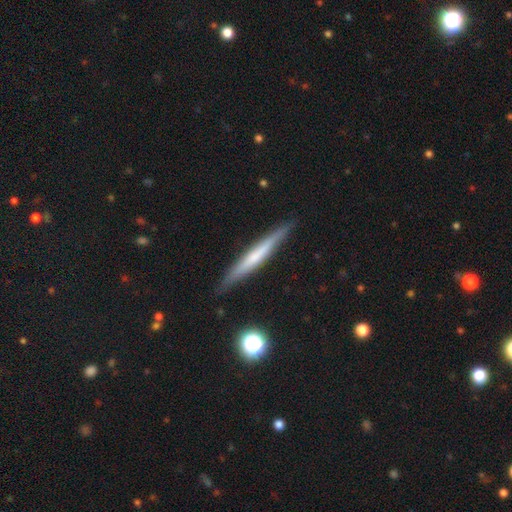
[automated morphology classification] Smooth or featured? featured or disk (49%)
Merging? none (88%)